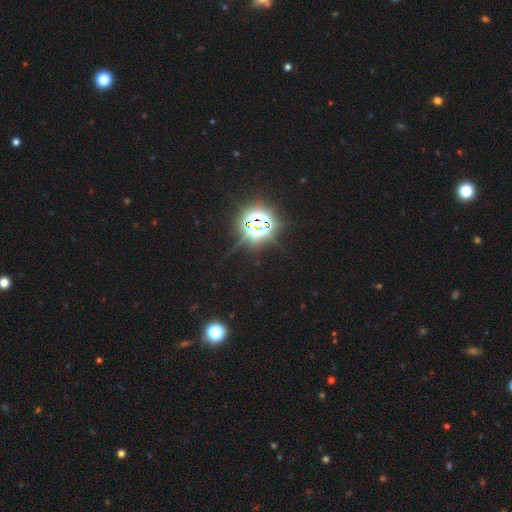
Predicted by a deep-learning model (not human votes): A star or artifact, not a galaxy (83%).